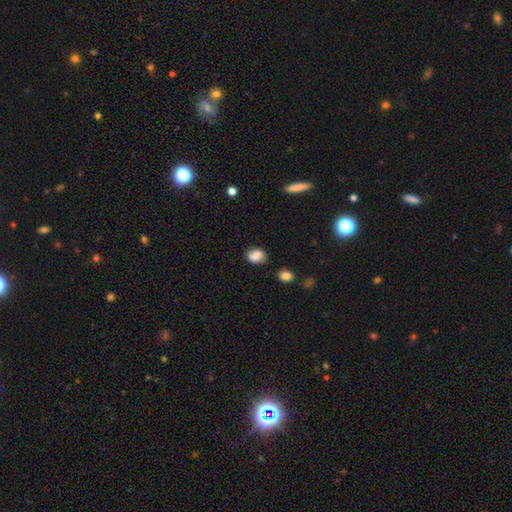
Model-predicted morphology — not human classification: A smooth galaxy with no disk features (76%) that is in between round and cigar-shaped (63%). Merging: none (64%).